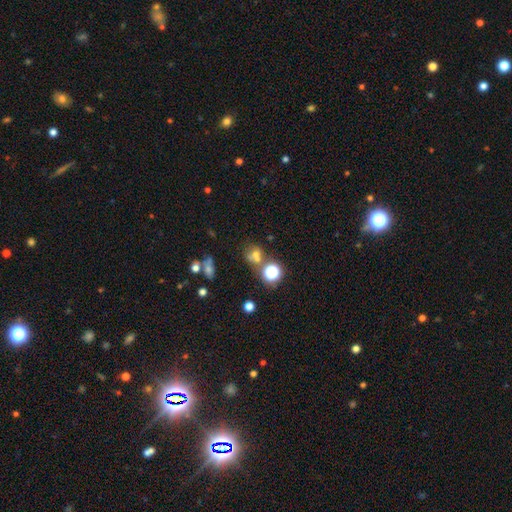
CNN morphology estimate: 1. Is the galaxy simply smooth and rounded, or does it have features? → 57% smooth, 29% star or artifact, 13% featured or disk.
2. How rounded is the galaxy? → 74% round, 24% in between, 2% cigar-shaped.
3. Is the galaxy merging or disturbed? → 50% none, 34% merger, 10% minor disturbance, 6% major disturbance.